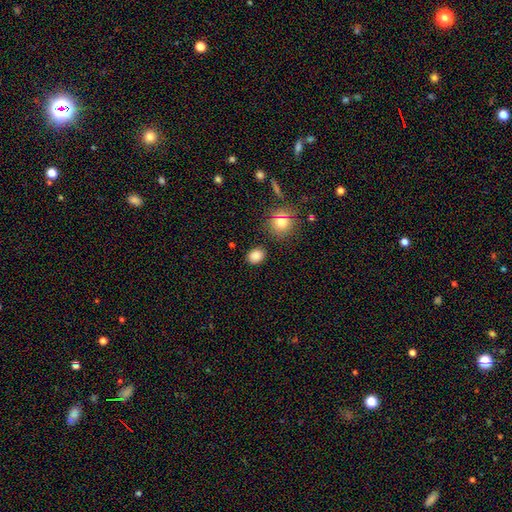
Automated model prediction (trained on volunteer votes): smooth 83%, star or artifact 12%, featured or disk 4%. Down the decision tree: how rounded — in between (52%); merging — none (86%).